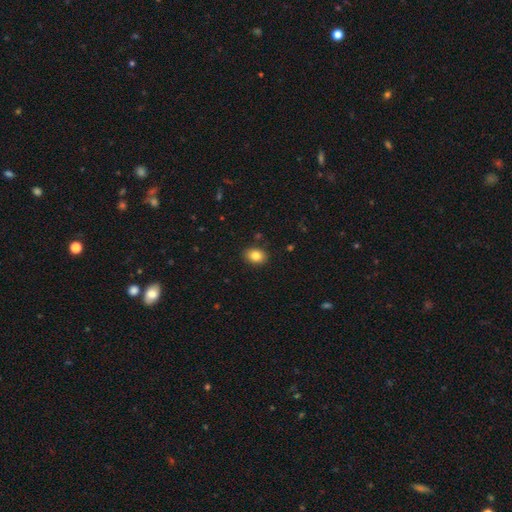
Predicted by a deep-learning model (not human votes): smooth 84%, star or artifact 9%, featured or disk 7%. Down the decision tree: how rounded — in between (68%); merging — none (88%).